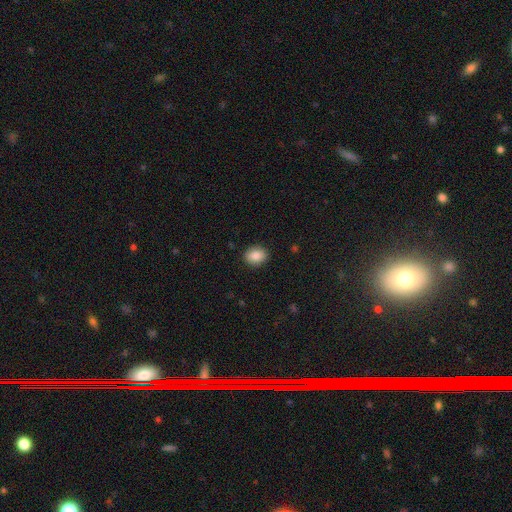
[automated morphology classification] A smooth galaxy with no disk features (87%) that is in between round and cigar-shaped (55%).

Vote fractions:
- Smooth or featured? smooth: 87% / star or artifact: 8% / featured or disk: 5%
- How rounded? in between: 55% / round: 44% / cigar-shaped: 1%
- Merging? none: 89% / minor disturbance: 8% / major disturbance: 2% / merger: 1%